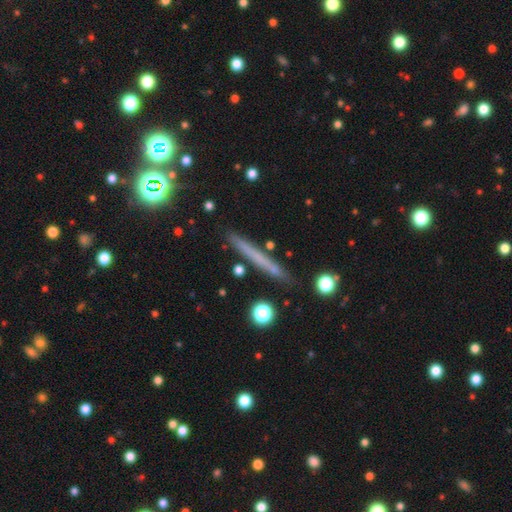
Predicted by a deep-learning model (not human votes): Overall: smooth (54%; featured or disk 36%). How rounded: cigar-shaped (95%). Merging: none (87%).